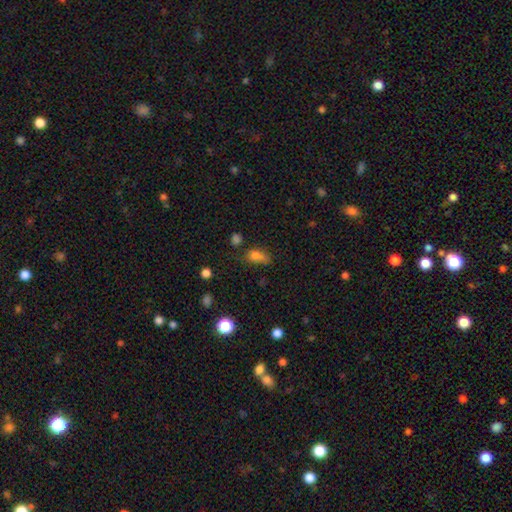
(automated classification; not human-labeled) A smooth galaxy with no disk features (72%) that is in between round and cigar-shaped (73%).

Vote fractions:
- Smooth or featured? smooth: 72% / star or artifact: 17% / featured or disk: 11%
- How rounded? in between: 73% / round: 19% / cigar-shaped: 8%
- Merging? none: 38% / minor disturbance: 29% / major disturbance: 22% / merger: 12%